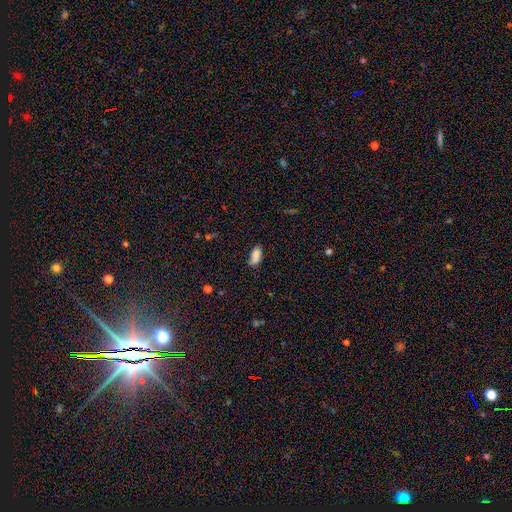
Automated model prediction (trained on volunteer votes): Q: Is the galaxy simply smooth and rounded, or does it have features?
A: smooth — 83%.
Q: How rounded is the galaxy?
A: in between — 88%.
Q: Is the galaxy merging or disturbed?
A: none — 64%.